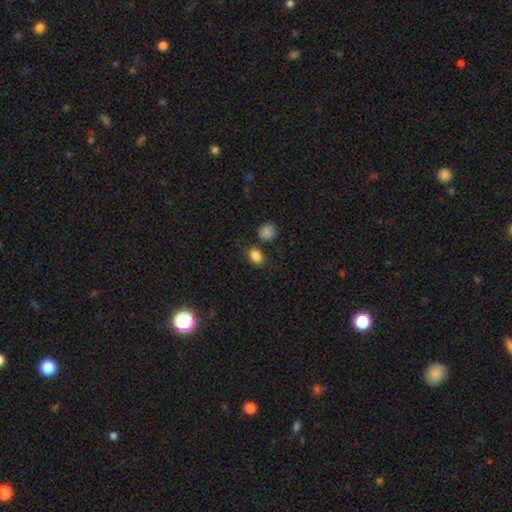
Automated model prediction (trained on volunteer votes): The model was most divided on "how rounded": round: 60%, in between: 39%, cigar-shaped: 1%. More confident: smooth or featured — smooth (84%); merging — none (73%).